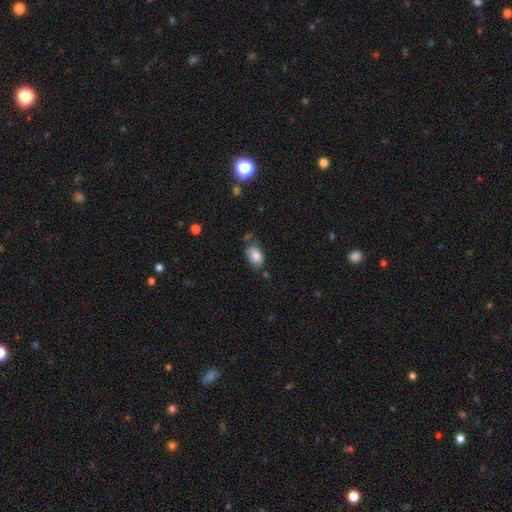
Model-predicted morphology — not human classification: This appears to be a smooth galaxy with no disk features (84%) that is in between round and cigar-shaped (91%). Merging: none (63%).